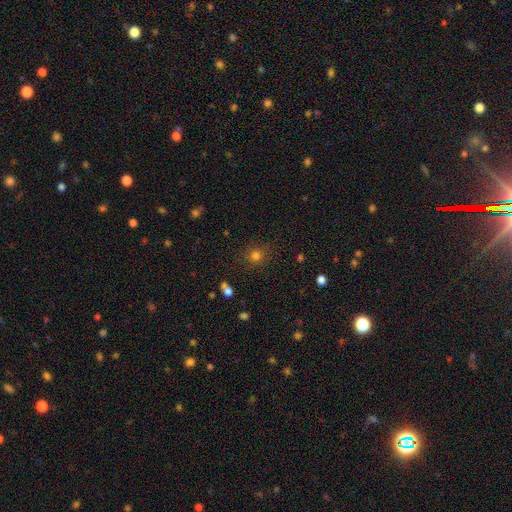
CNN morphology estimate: A smooth galaxy with no disk features (76%) that is round (86%).

Vote fractions:
- Smooth or featured? smooth: 76% / star or artifact: 18% / featured or disk: 6%
- How rounded? round: 86% / in between: 13% / cigar-shaped: 1%
- Merging? none: 83% / minor disturbance: 10% / major disturbance: 4% / merger: 2%